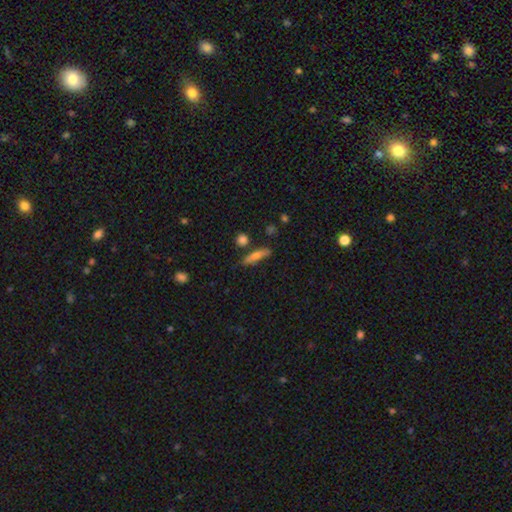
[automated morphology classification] The model was most divided on "smooth or featured": smooth: 60%, featured or disk: 31%, star or artifact: 9%. More confident: how rounded — cigar-shaped (74%); merging — none (69%).